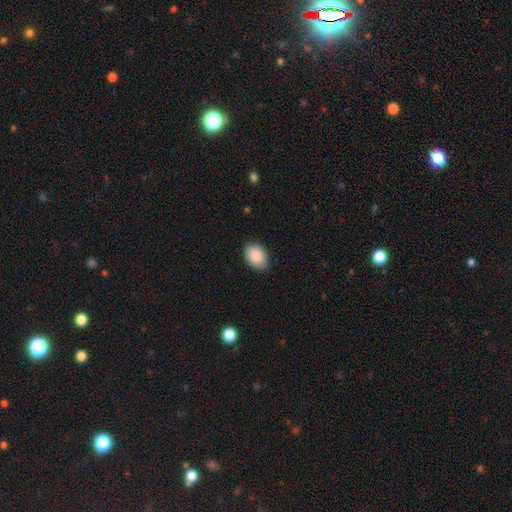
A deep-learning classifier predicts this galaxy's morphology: This appears to be a smooth galaxy with no disk features (88%) that is in between round and cigar-shaped (85%). Merging: none (84%).